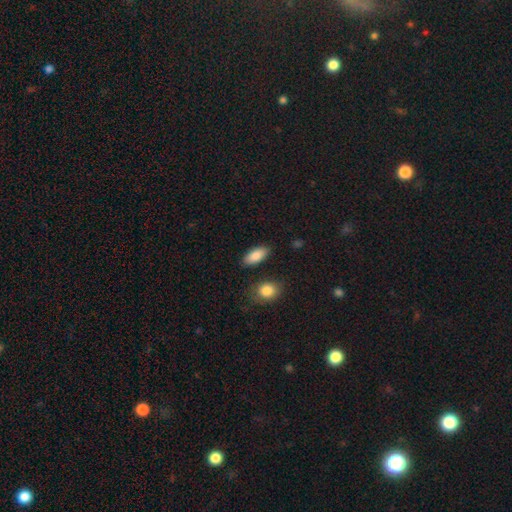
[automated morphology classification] Smooth or featured? Predicted: smooth (p=0.87). How rounded? Predicted: in between (p=0.89). Merging? Predicted: none (p=0.84).